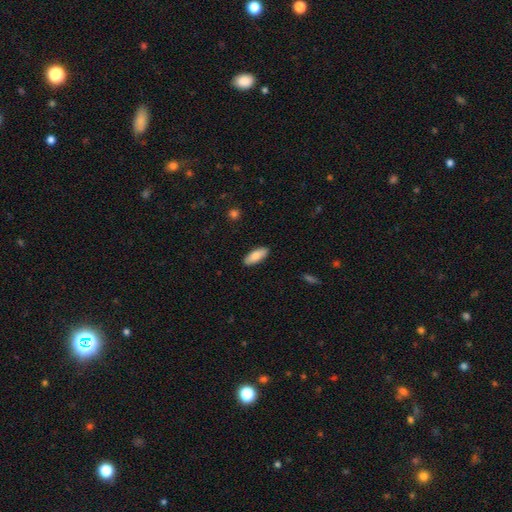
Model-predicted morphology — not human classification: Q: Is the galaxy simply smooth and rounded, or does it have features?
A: smooth — 80%.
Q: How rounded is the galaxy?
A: in between — 72%.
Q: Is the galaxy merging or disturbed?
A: none — 89%.